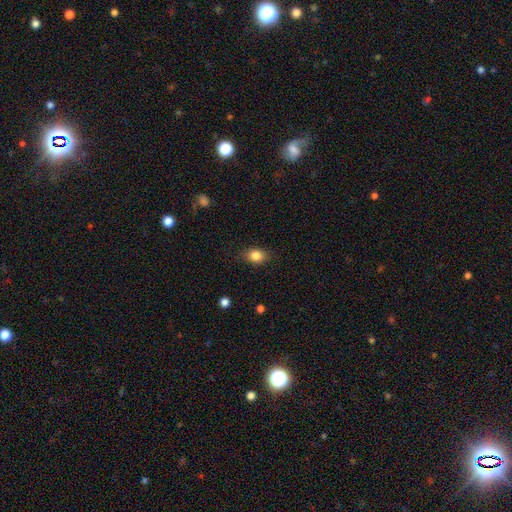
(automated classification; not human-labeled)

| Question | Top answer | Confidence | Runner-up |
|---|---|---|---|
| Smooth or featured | smooth | 84% | star or artifact (9%) |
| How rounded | in between | 70% | round (28%) |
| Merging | none | 82% | minor disturbance (13%) |